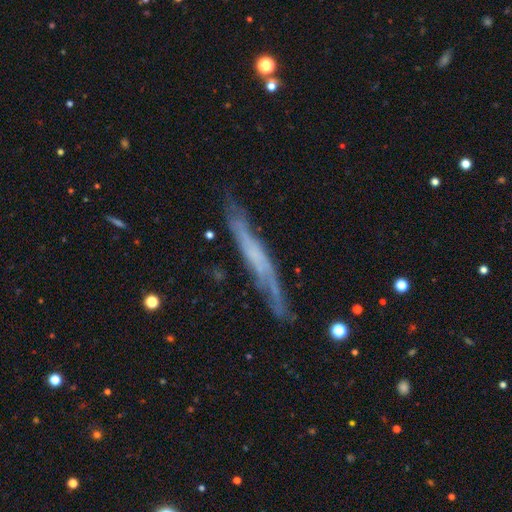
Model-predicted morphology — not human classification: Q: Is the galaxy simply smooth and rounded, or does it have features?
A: featured or disk — 64%.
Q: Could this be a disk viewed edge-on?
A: yes — 82%.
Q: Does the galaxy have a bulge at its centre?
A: none — 78%.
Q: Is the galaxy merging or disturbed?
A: none — 72%.